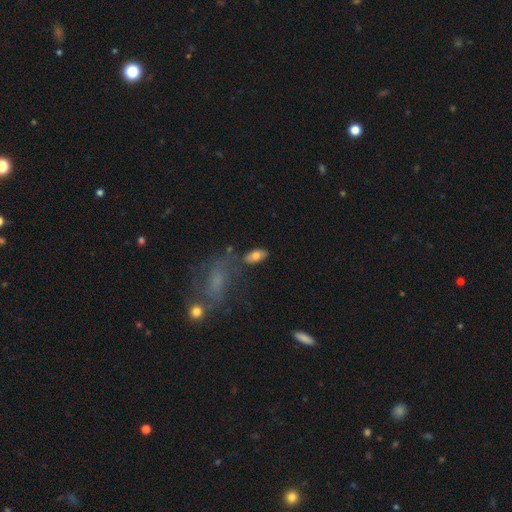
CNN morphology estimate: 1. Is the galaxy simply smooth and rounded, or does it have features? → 75% smooth, 17% featured or disk, 7% star or artifact.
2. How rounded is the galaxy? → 91% in between, 6% cigar-shaped, 4% round.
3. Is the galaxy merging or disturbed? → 73% none, 15% minor disturbance, 7% merger, 5% major disturbance.